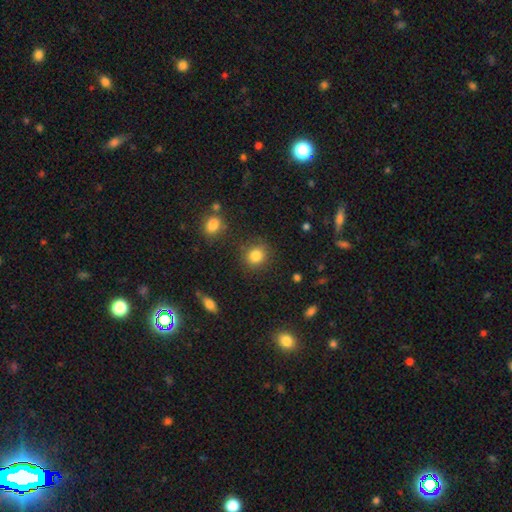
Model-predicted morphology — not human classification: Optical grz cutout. It shows a smooth galaxy with no disk features (84%) that is round (83%). Merging: none (83%).